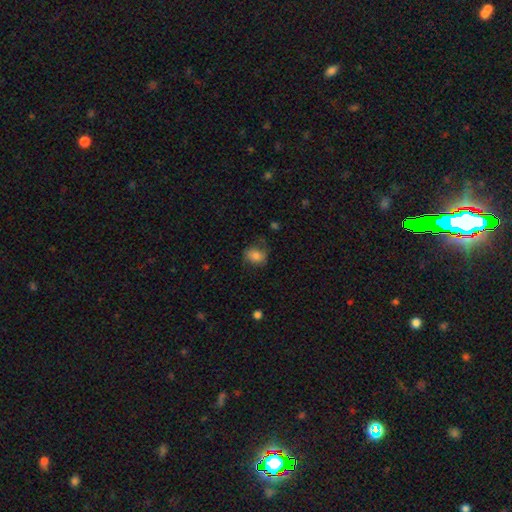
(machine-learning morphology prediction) smooth-or-featured: smooth: 75% | featured or disk: 16% | star or artifact: 9%
  how-rounded: round: 51% | in between: 48% | cigar-shaped: 1%
  merging: none: 60% | minor disturbance: 26% | major disturbance: 13% | merger: 1%